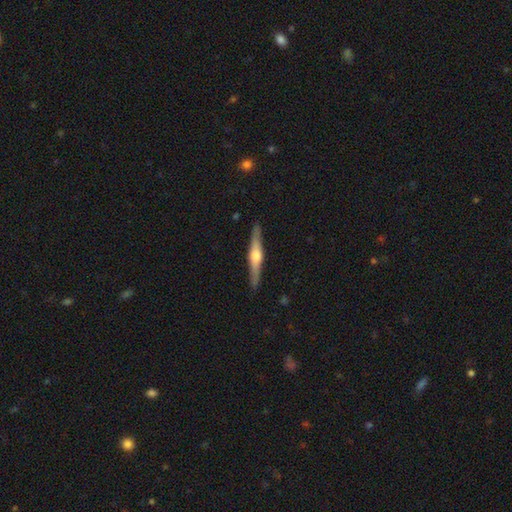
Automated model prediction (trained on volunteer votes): The model was most divided on "smooth or featured": featured or disk: 73%, smooth: 22%, star or artifact: 5%. More confident: edge-on disk — yes (98%); edge-on bulge — rounded (91%); merging — none (90%).